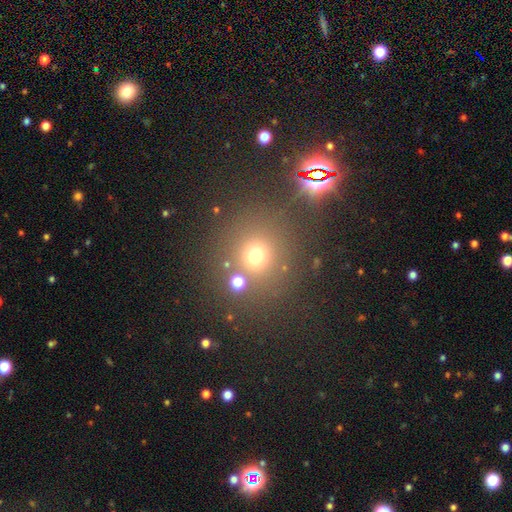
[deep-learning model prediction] Smooth or featured? smooth (64%)
How rounded? round (90%)
Merging? none (77%)